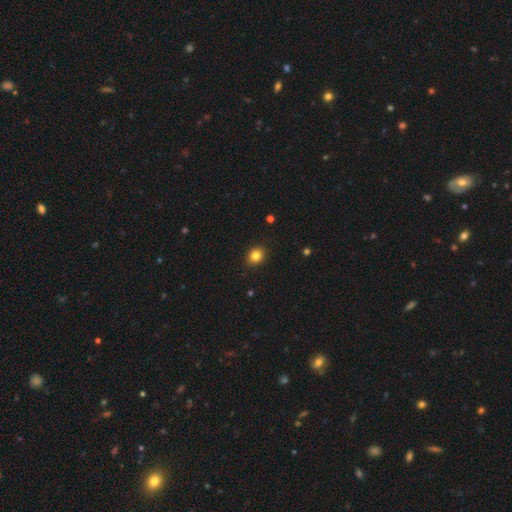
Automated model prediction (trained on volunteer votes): smooth_or_featured: smooth (p=0.84) [alt: star or artifact p=0.11]
how_rounded: round (p=0.51) [alt: in between p=0.48]
merging: none (p=0.90) [alt: minor disturbance p=0.07]